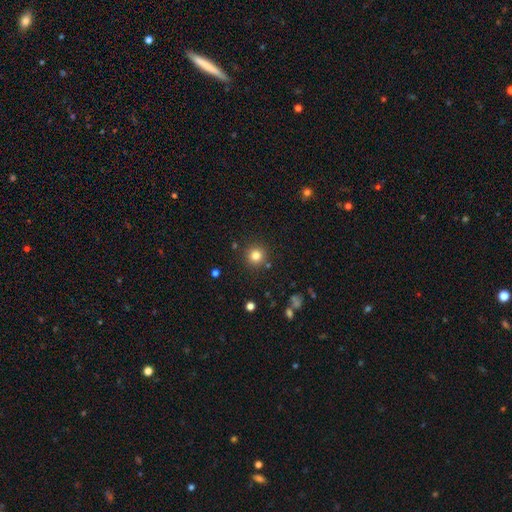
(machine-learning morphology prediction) Smooth or featured: smooth — 81% (star or artifact — 13%)
How rounded: round — 94% (in between — 5%)
Merging: none — 88% (minor disturbance — 7%)